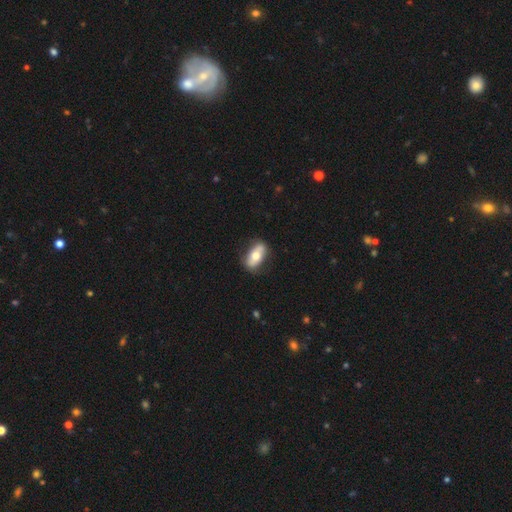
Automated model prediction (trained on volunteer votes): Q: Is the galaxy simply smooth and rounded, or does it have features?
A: smooth — 60%.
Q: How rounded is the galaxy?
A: in between — 85%.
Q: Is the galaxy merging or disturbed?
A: none — 79%.